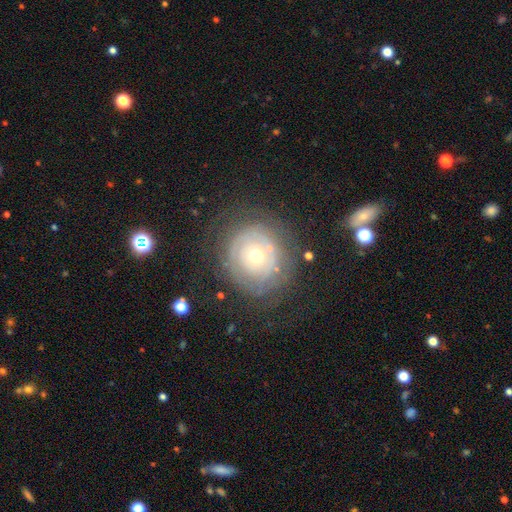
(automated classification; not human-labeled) Overall: featured or disk (59%; smooth 31%). Edge-on disk: no (96%). Bar: no (90%). Spiral arms: no (51%; yes 49%). Bulge size: moderate (58%; small 35%). Merging: none (71%).